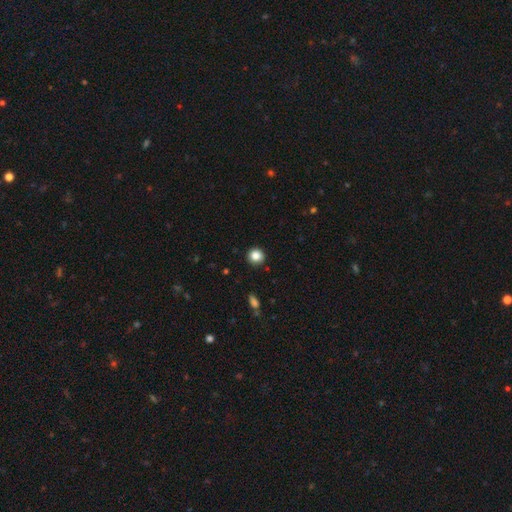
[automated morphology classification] The model was most divided on "smooth or featured": smooth: 85%, star or artifact: 11%, featured or disk: 4%. More confident: how rounded — round (92%); merging — none (91%).